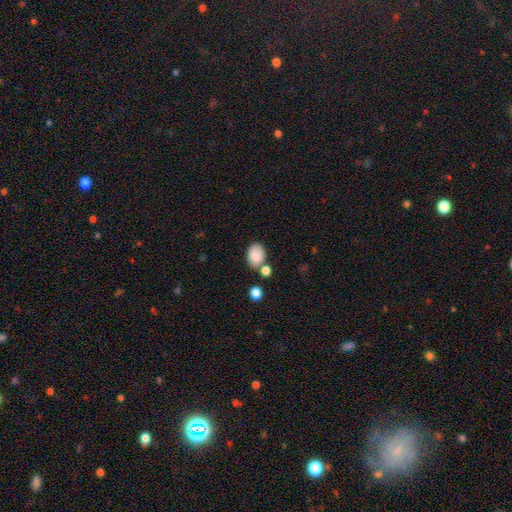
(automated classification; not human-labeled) smooth 84%, star or artifact 8%, featured or disk 8%. Down the decision tree: how rounded — in between (74%); merging — none (65%).